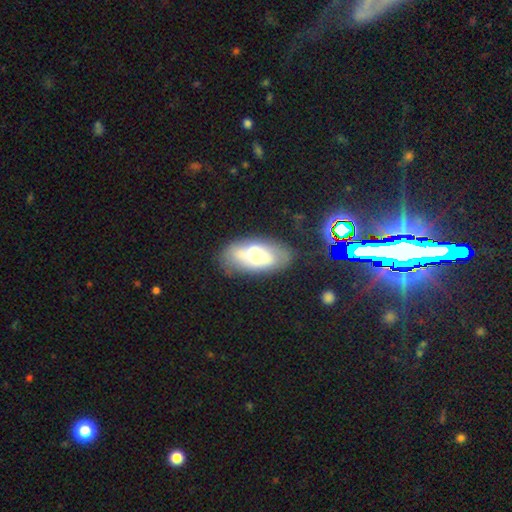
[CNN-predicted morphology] This appears to be a smooth galaxy with no disk features (48%). Merging: none (64%).